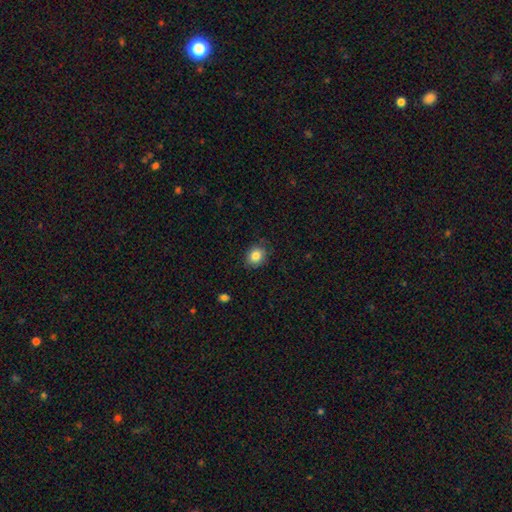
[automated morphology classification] smooth 84%, star or artifact 9%, featured or disk 7%. Down the decision tree: how rounded — round (59%); merging — none (83%).